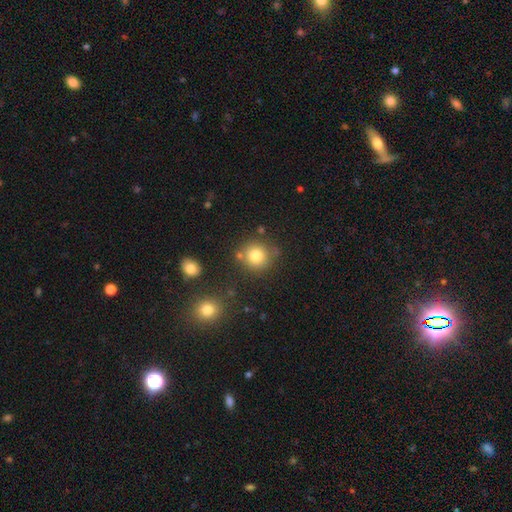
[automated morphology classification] Q: Smooth or featured?
A: smooth (79%); runner-up: star or artifact (12%)
Q: How rounded?
A: round (91%); runner-up: in between (8%)
Q: Merging?
A: none (78%); runner-up: minor disturbance (10%)